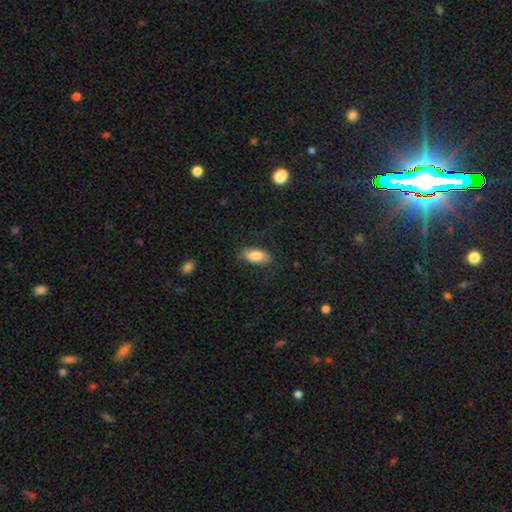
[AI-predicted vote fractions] Smooth or featured?
  - smooth: 80% *
  - featured or disk: 12%
  - star or artifact: 7%
How rounded?
  - in between: 90% *
  - cigar-shaped: 6%
  - round: 4%
Merging?
  - none: 72% *
  - minor disturbance: 20%
  - major disturbance: 7%
  - merger: 1%